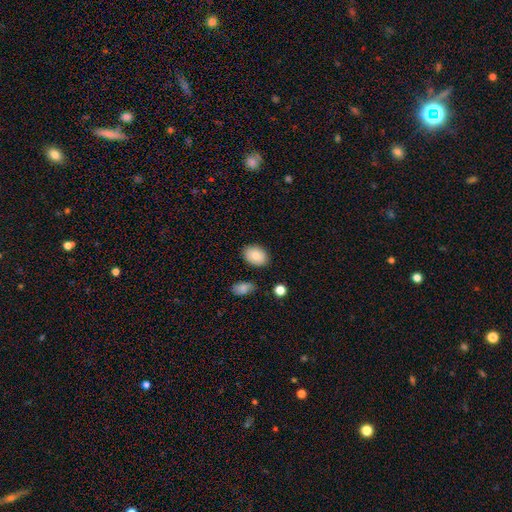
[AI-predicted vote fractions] Q: Smooth or featured?
A: smooth (85%); runner-up: featured or disk (8%)
Q: How rounded?
A: in between (79%); runner-up: round (20%)
Q: Merging?
A: none (84%); runner-up: minor disturbance (11%)